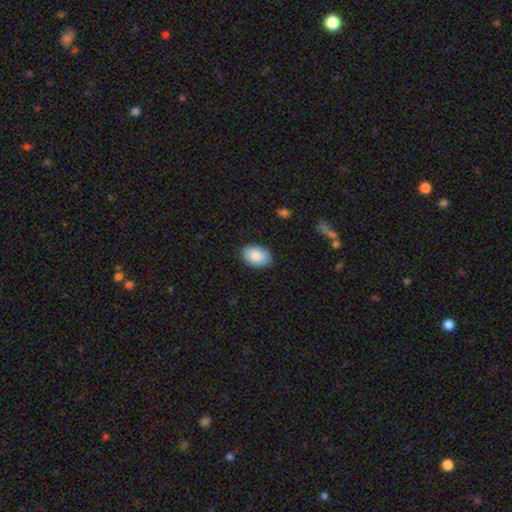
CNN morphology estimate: A smooth galaxy with no disk features (87%) that is in between round and cigar-shaped (87%).

Vote fractions:
- Smooth or featured? smooth: 87% / featured or disk: 7% / star or artifact: 6%
- How rounded? in between: 87% / round: 12% / cigar-shaped: 1%
- Merging? none: 86% / minor disturbance: 11% / major disturbance: 2% / merger: 1%